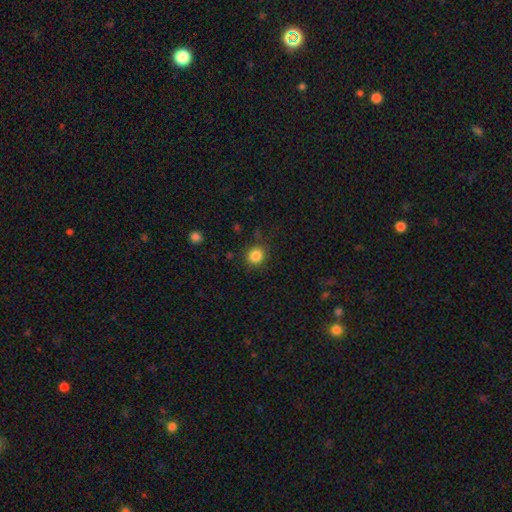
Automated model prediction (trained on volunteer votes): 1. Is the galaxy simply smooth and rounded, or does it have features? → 85% smooth, 11% star or artifact, 4% featured or disk.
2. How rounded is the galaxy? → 85% round, 14% in between, 1% cigar-shaped.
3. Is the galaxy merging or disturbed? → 83% none, 11% minor disturbance, 4% major disturbance, 2% merger.